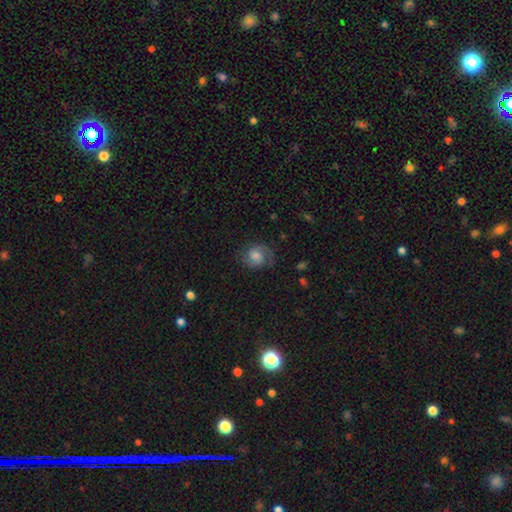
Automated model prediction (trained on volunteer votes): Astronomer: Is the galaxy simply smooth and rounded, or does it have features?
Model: featured or disk — 58%.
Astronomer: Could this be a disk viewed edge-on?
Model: no — 97%.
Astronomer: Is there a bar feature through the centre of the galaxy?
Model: no — 58% (runner-up: weak, 35%).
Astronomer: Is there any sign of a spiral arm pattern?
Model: yes — 91%.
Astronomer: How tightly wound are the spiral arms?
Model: medium — 47% (runner-up: tight, 32%).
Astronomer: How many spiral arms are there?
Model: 2 — 75%.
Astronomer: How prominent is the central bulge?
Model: moderate — 45% (runner-up: small, 29%).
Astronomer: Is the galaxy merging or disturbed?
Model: none — 69%.